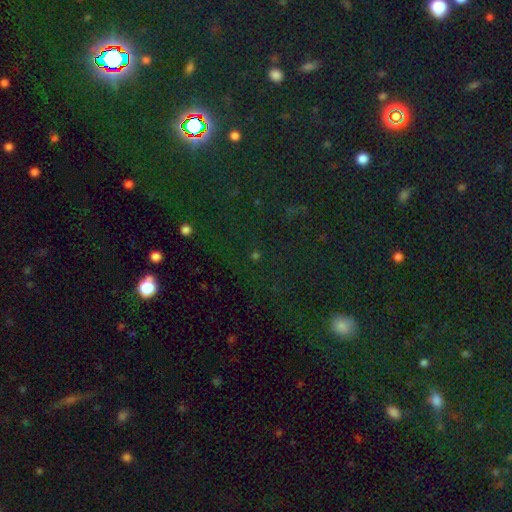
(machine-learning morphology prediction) type=star or artifact (68%).